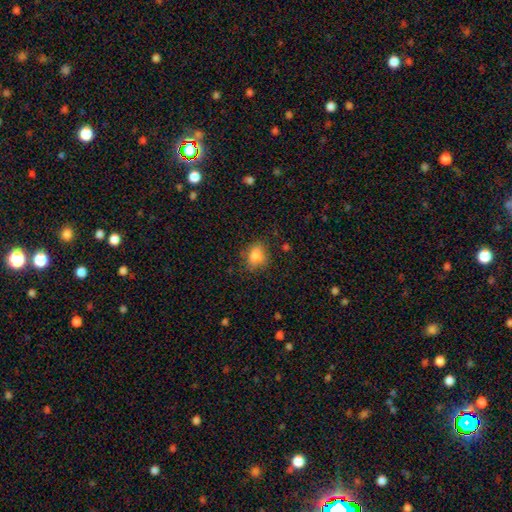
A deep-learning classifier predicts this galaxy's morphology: A smooth galaxy with no disk features (83%) that is in between round and cigar-shaped (62%).

Vote fractions:
- Smooth or featured? smooth: 83% / star or artifact: 10% / featured or disk: 7%
- How rounded? in between: 62% / round: 36% / cigar-shaped: 2%
- Merging? none: 74% / minor disturbance: 18% / major disturbance: 5% / merger: 2%